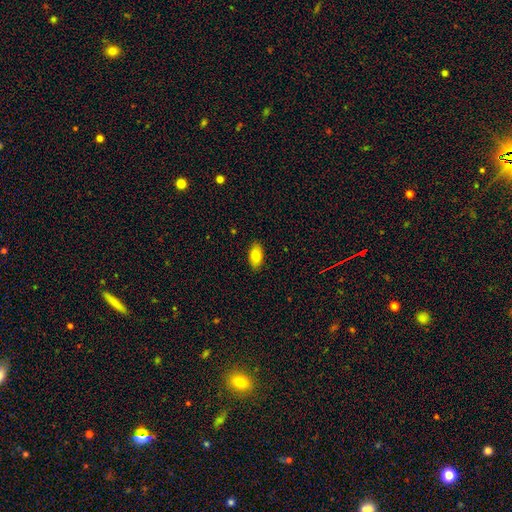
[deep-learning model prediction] This appears to be a smooth galaxy with no disk features (80%) that is in between round and cigar-shaped (93%). Merging: none (89%).